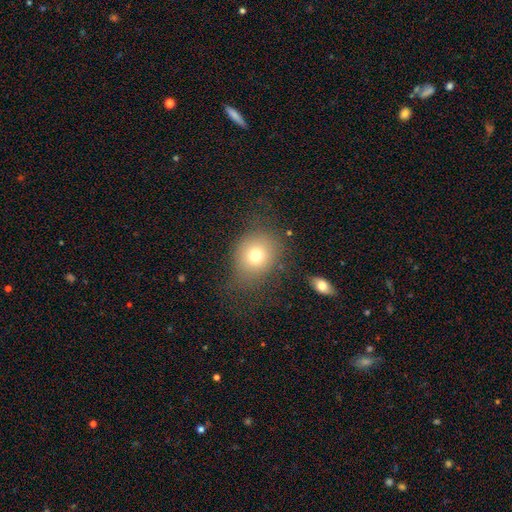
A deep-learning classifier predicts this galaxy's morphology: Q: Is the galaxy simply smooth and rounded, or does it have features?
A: smooth — 72%.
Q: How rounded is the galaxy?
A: round — 65%.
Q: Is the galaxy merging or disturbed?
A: none — 69%.